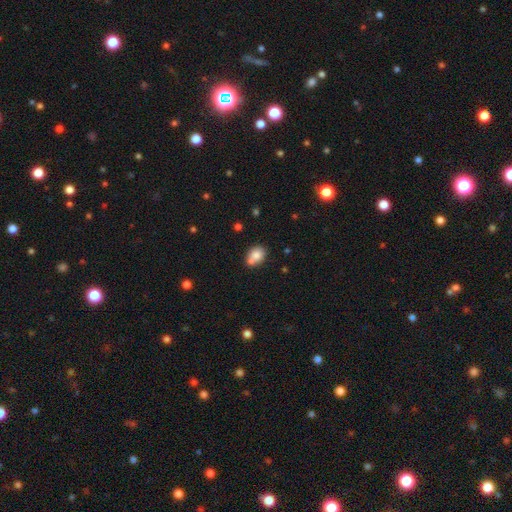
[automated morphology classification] smooth_or_featured: smooth (p=0.79) [alt: featured or disk p=0.12]
how_rounded: in between (p=0.56) [alt: round p=0.43]
merging: none (p=0.46) [alt: merger p=0.35]